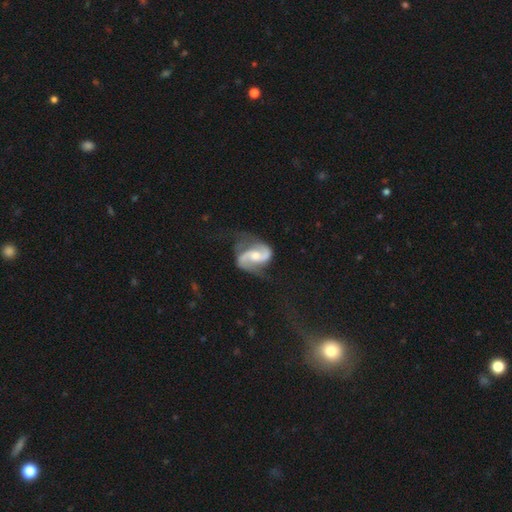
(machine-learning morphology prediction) Overall: featured or disk (89%). Edge-on disk: no (98%). Bar: no (45%; weak 39%). Spiral arms: yes (97%). Spiral arm count: 2 (93%). Spiral winding: medium (45%; loose 42%). Bulge size: moderate (60%; small 29%). Merging: none (61%; minor disturbance 22%).